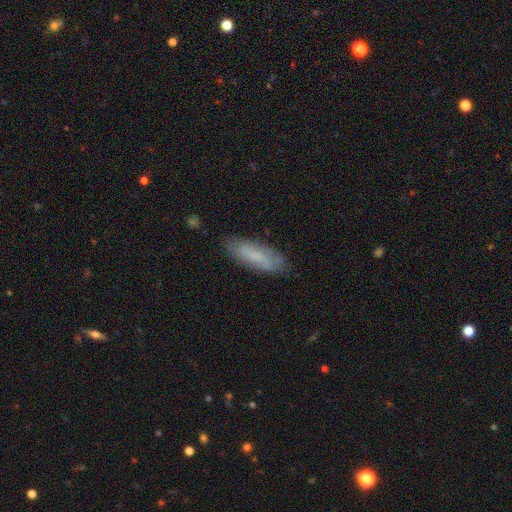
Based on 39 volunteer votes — A smooth galaxy with no disk features (69%) that is cigar-shaped (59%). Merging: none (70%).